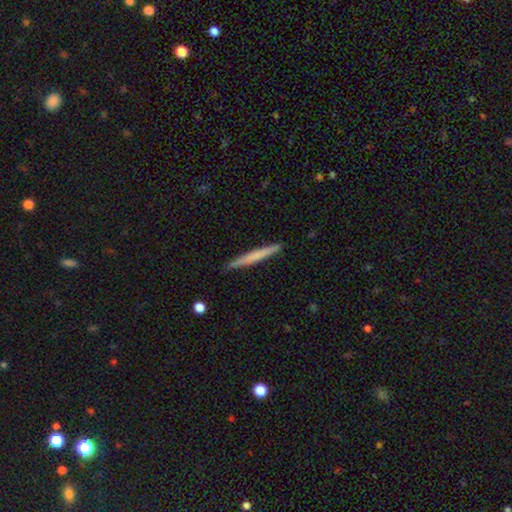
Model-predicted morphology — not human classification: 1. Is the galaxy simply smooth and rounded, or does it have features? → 60% smooth, 35% featured or disk, 5% star or artifact.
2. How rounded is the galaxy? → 97% cigar-shaped, 2% in between, 1% round.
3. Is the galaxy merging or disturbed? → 91% none, 7% minor disturbance, 1% major disturbance, 1% merger.